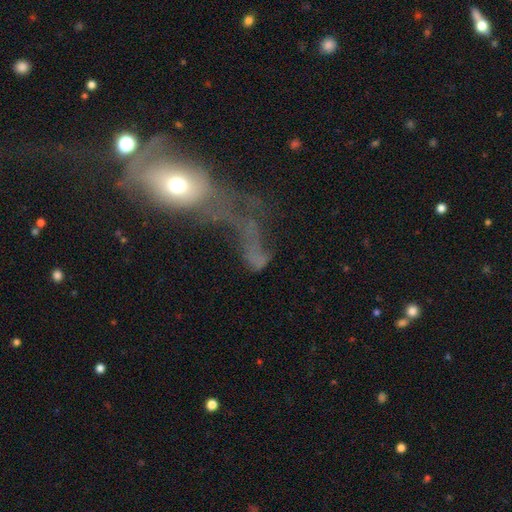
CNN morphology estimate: Smooth or featured: smooth — 38% (featured or disk — 35%)
Merging: merger — 42% (major disturbance — 35%)